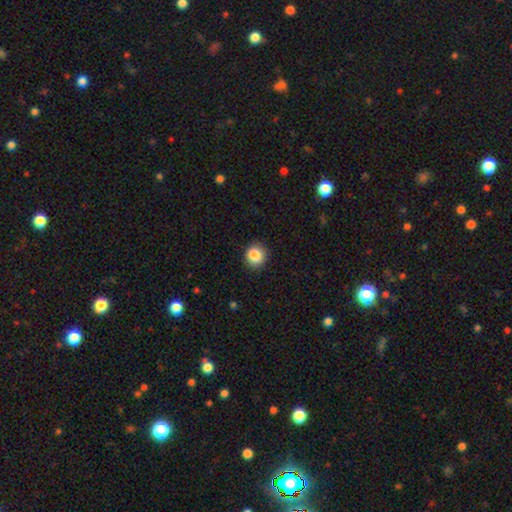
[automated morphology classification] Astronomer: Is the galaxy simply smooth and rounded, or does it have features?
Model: smooth — 85%.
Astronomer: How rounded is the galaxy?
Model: round — 85%.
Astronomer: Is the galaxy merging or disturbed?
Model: none — 89%.